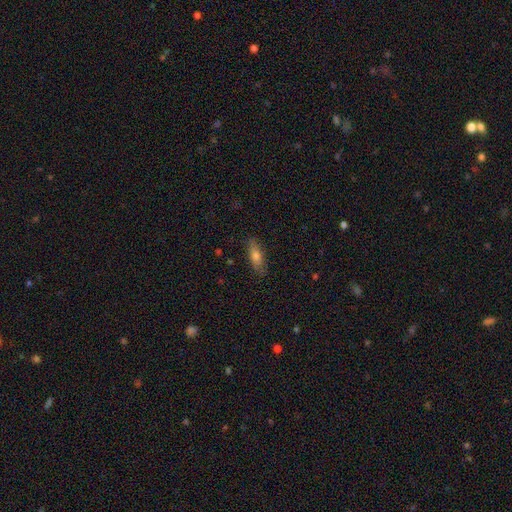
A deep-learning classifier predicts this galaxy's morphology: smooth 66%, featured or disk 26%, star or artifact 8%. Down the decision tree: how rounded — in between (50%); merging — none (84%).